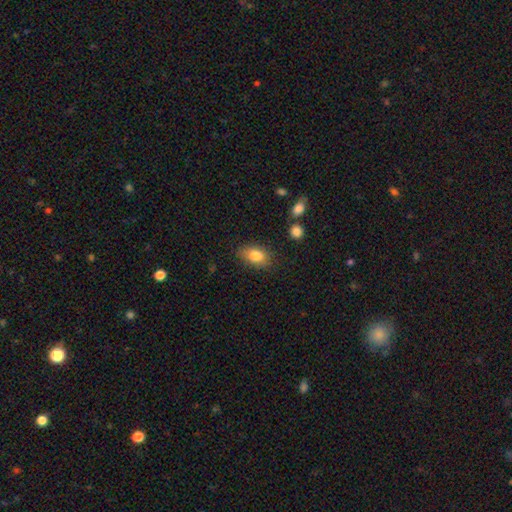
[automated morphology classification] Q: Smooth or featured?
A: smooth (82%); runner-up: featured or disk (10%)
Q: How rounded?
A: in between (85%); runner-up: round (13%)
Q: Merging?
A: none (80%); runner-up: minor disturbance (14%)